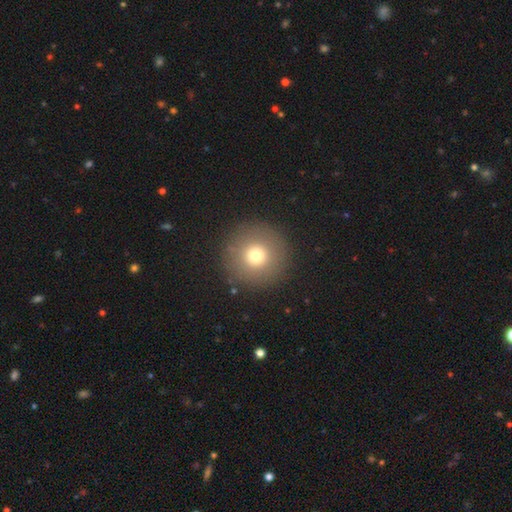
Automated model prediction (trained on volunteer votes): A smooth galaxy with no disk features (73%) that is round (96%). Merging: none (90%).